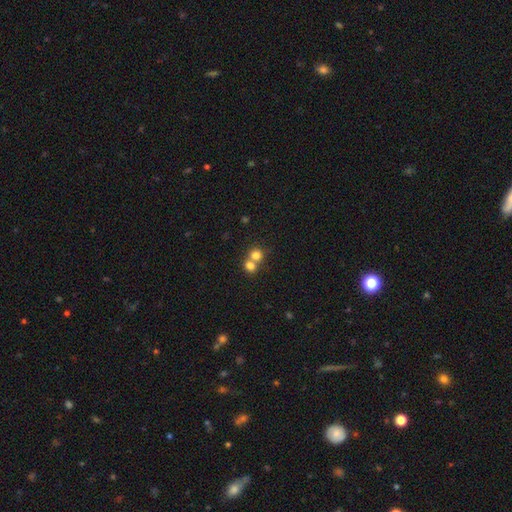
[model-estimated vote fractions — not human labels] Smooth or featured? Predicted: smooth (p=0.77). How rounded? Predicted: round (p=0.82). Merging? Predicted: merger (p=0.58).